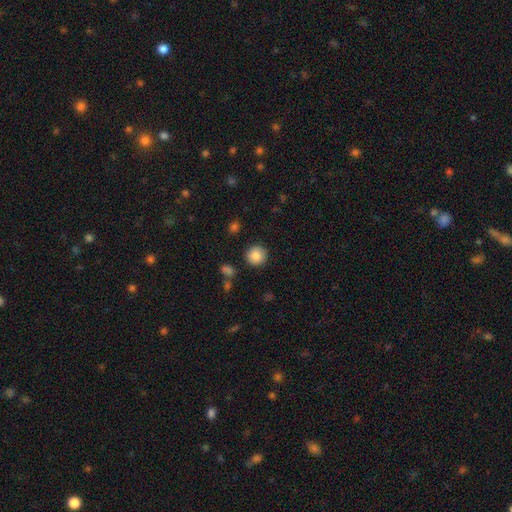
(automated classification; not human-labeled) Smooth or featured? Predicted: smooth (p=0.86). How rounded? Predicted: round (p=0.93). Merging? Predicted: none (p=0.89).